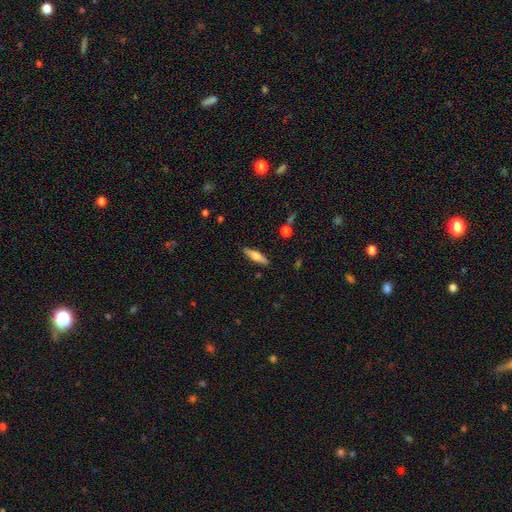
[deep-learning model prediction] The model was most divided on "how rounded": cigar-shaped: 64%, in between: 34%, round: 2%. More confident: merging — none (88%); smooth or featured — smooth (64%).